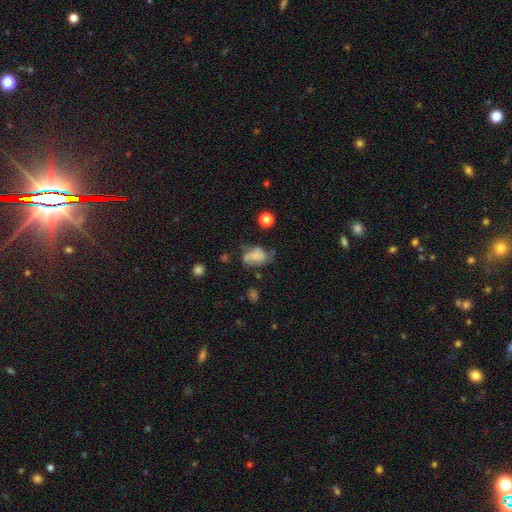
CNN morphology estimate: type=smooth (53%); roundness=in between (74%); merging=none (33%).